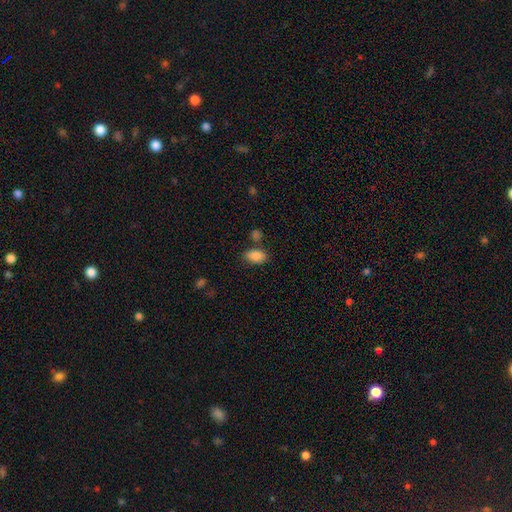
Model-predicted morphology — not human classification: type=smooth (87%); roundness=in between (91%); merging=none (74%).